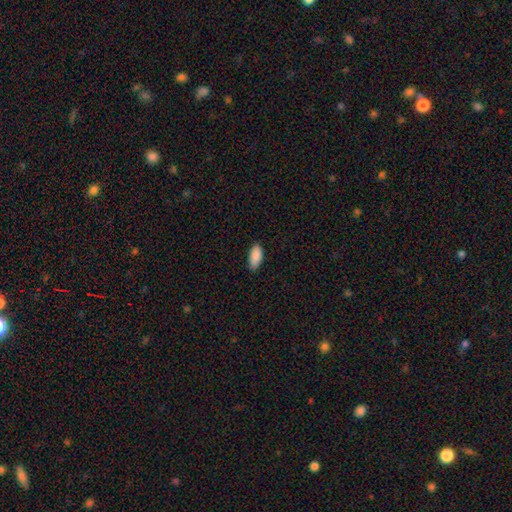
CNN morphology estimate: Smooth or featured? smooth (89%)
How rounded? in between (91%)
Merging? none (83%)